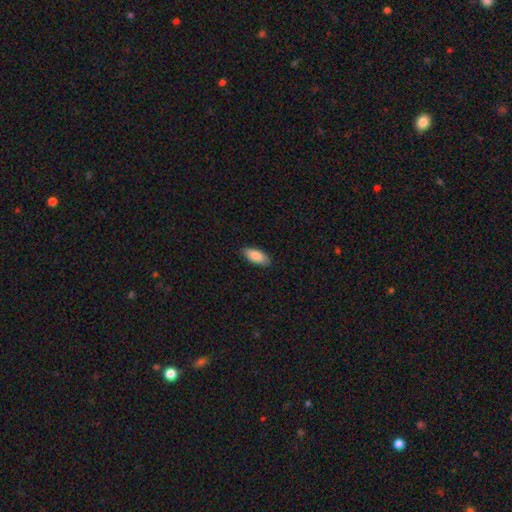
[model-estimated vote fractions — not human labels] Smooth or featured: smooth — 86% (featured or disk — 8%)
How rounded: in between — 83% (cigar-shaped — 15%)
Merging: none — 88% (minor disturbance — 10%)